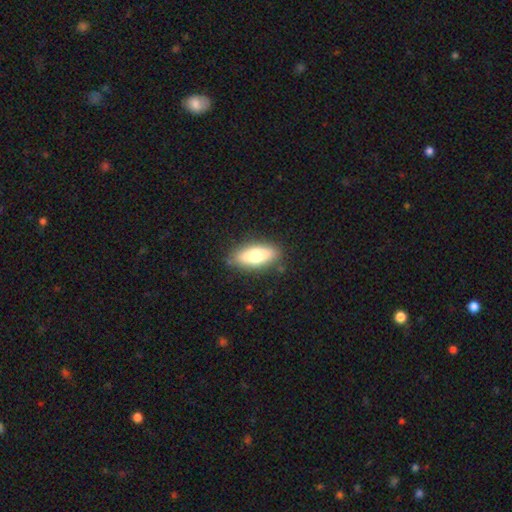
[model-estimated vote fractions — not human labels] smooth-or-featured: smooth: 68% | featured or disk: 25% | star or artifact: 7%
  how-rounded: in between: 74% | cigar-shaped: 23% | round: 3%
  merging: none: 85% | minor disturbance: 11% | major disturbance: 3% | merger: 2%